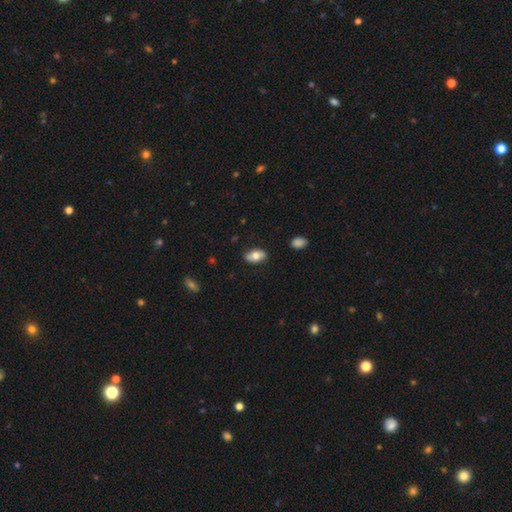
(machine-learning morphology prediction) A smooth galaxy with no disk features (69%) that is in between round and cigar-shaped (92%).

Vote fractions:
- Smooth or featured? smooth: 69% / featured or disk: 24% / star or artifact: 7%
- How rounded? in between: 92% / round: 6% / cigar-shaped: 3%
- Merging? none: 83% / minor disturbance: 13% / major disturbance: 3% / merger: 1%